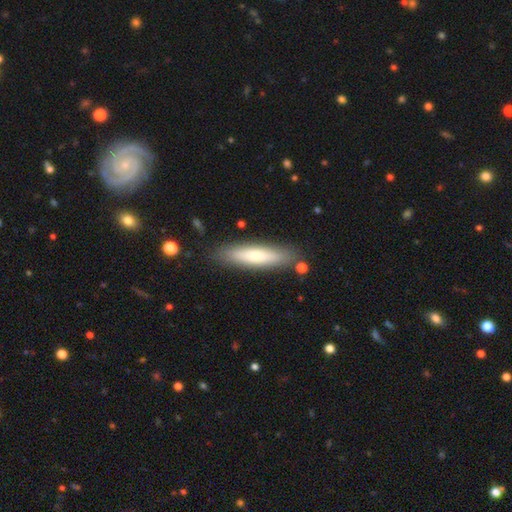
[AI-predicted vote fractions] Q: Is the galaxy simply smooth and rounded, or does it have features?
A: smooth — 69%.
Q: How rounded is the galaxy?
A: cigar-shaped — 76%.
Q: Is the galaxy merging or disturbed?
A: none — 84%.